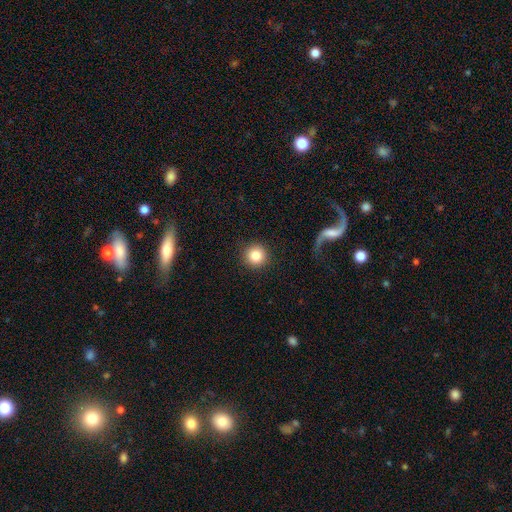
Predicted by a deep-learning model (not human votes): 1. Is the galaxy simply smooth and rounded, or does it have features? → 84% smooth, 9% star or artifact, 7% featured or disk.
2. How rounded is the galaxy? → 95% round, 4% in between, 1% cigar-shaped.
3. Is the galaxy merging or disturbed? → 88% none, 6% minor disturbance, 4% major disturbance, 2% merger.